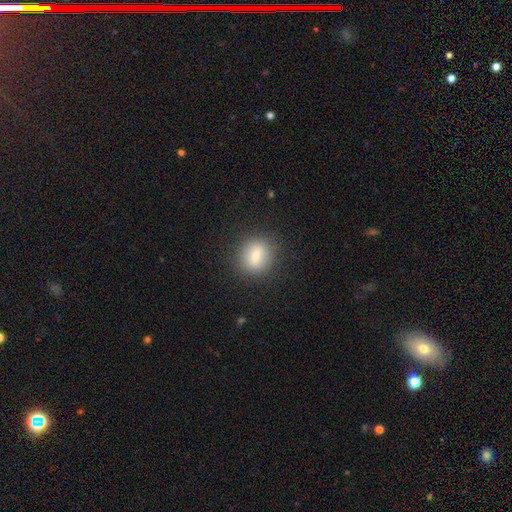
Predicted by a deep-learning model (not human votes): smooth_or_featured: smooth (p=0.83) [alt: star or artifact p=0.09]
how_rounded: round (p=0.68) [alt: in between p=0.31]
merging: none (p=0.85) [alt: minor disturbance p=0.10]